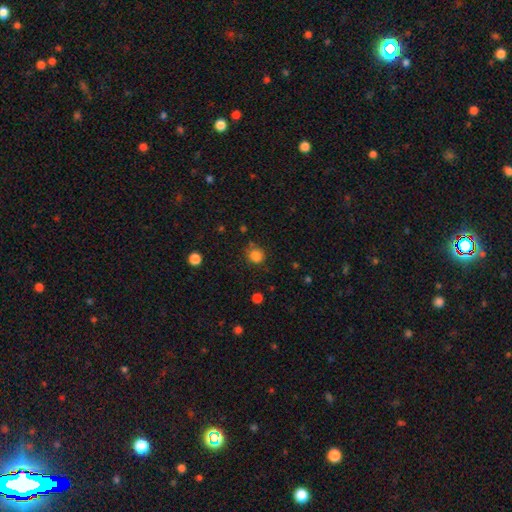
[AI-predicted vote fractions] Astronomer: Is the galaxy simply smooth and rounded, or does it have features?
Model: smooth — 83%.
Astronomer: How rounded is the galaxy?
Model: round — 82%.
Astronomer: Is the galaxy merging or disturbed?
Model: none — 73%.